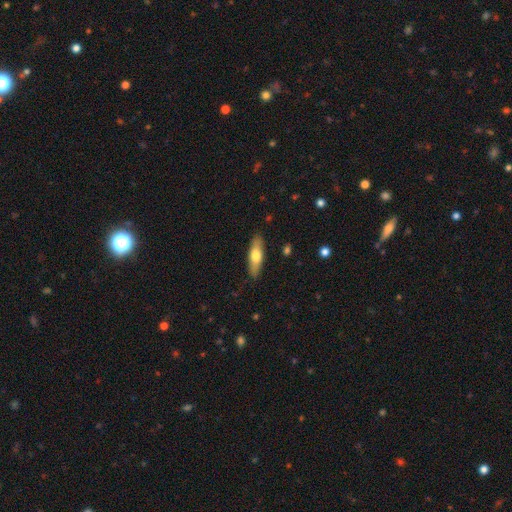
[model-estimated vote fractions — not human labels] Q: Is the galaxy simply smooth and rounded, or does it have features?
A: smooth — 61%.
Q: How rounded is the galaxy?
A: cigar-shaped — 55%.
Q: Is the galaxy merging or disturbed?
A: none — 87%.